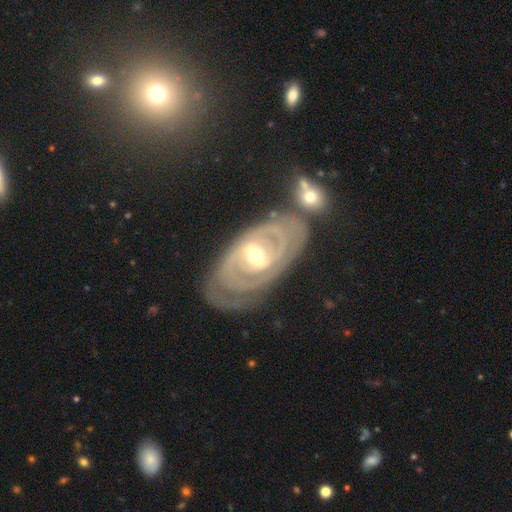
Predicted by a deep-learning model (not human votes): smooth-or-featured: featured or disk: 88% | smooth: 7% | star or artifact: 5%
  disk-edge-on: no: 95% | yes: 5%
    bar: weak: 44% | strong: 32% | no: 24%
    has-spiral-arms: yes: 92% | no: 8%
      spiral-winding: tight: 72% | medium: 22% | loose: 6%
      spiral-arm-count: 2: 50% | can't tell: 24% | 3: 13% | 1: 5% | 4: 4% | more than 4: 4%
    bulge-size: moderate: 66% | small: 28% | large: 4% | none: 1% | dominant: 1%
  merging: none: 67% | minor disturbance: 17% | major disturbance: 8% | merger: 8%